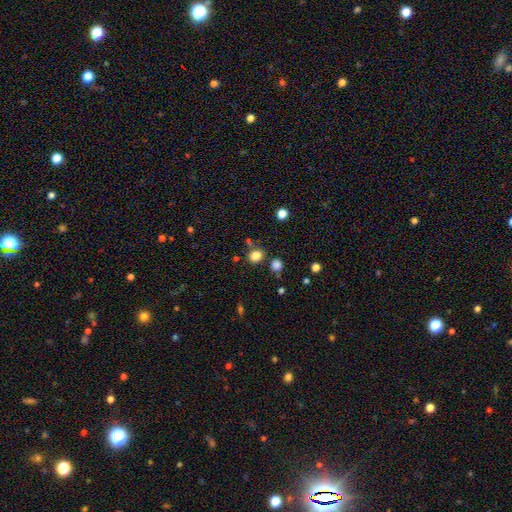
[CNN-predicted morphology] The model was most divided on "how rounded": round: 66%, in between: 33%, cigar-shaped: 1%. More confident: smooth or featured — smooth (82%); merging — none (77%).